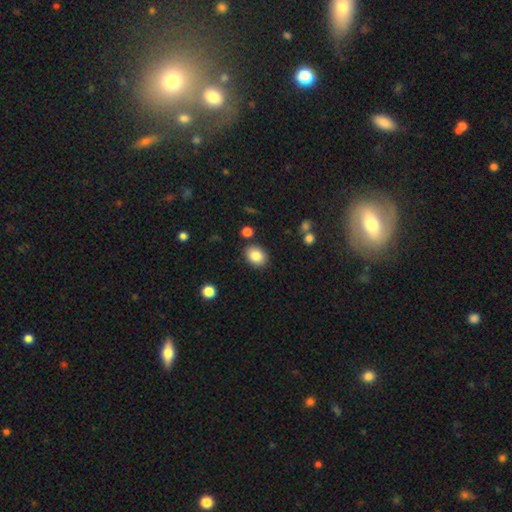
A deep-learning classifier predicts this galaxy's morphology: This is clearly a smooth galaxy (84%). How rounded: likely in between (62%). Merging: clearly none (86%).